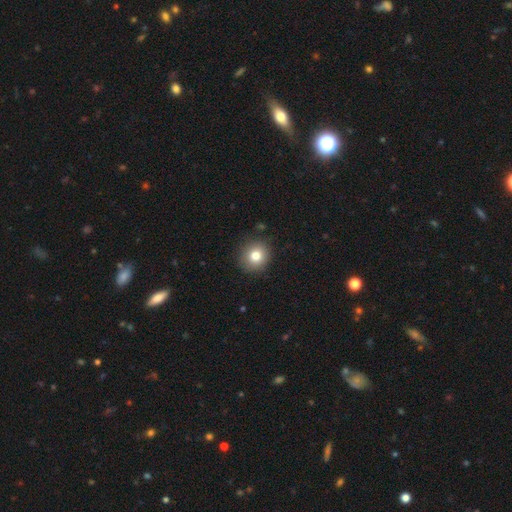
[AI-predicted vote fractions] smooth-or-featured: smooth: 80% | star or artifact: 11% | featured or disk: 9%
  how-rounded: round: 87% | in between: 12% | cigar-shaped: 1%
  merging: none: 89% | minor disturbance: 8% | major disturbance: 2% | merger: 1%